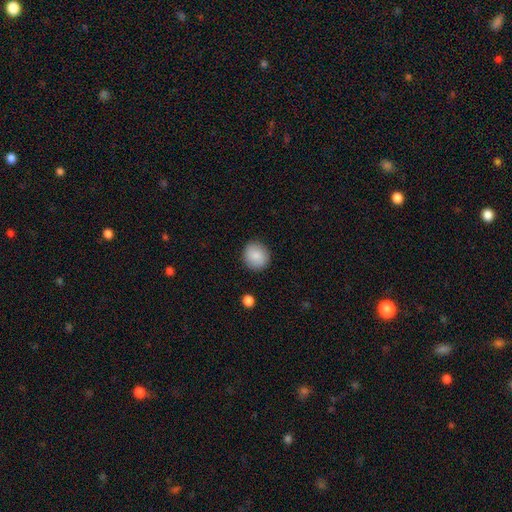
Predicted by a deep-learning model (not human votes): smooth-or-featured: smooth: 87% | star or artifact: 7% | featured or disk: 5%
  how-rounded: round: 87% | in between: 12% | cigar-shaped: 1%
  merging: none: 89% | minor disturbance: 7% | major disturbance: 2% | merger: 1%